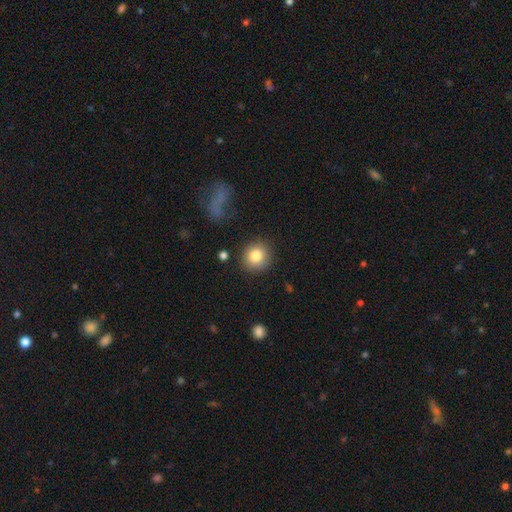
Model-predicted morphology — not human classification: This appears to be a smooth galaxy with no disk features (82%) that is round (90%). Merging: none (88%).